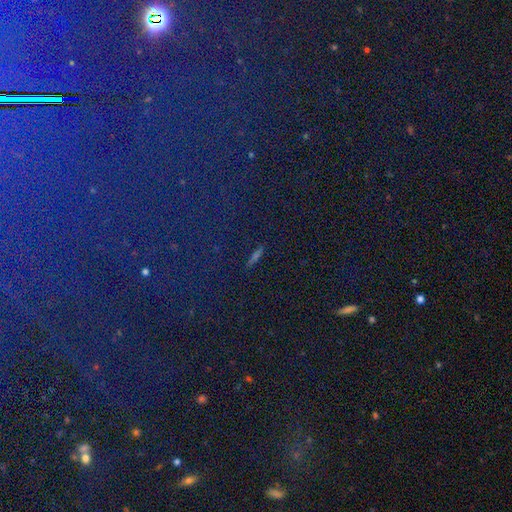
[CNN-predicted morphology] Smooth or featured? star or artifact (48%)